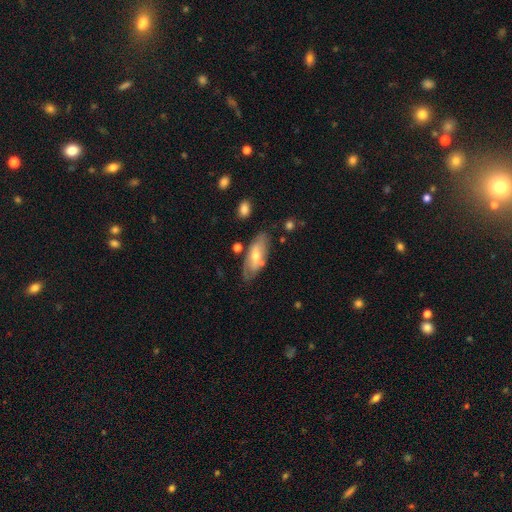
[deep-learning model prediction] Smooth or featured? Predicted: featured or disk (p=0.47, tied with smooth). Merging? Predicted: none (p=0.71).